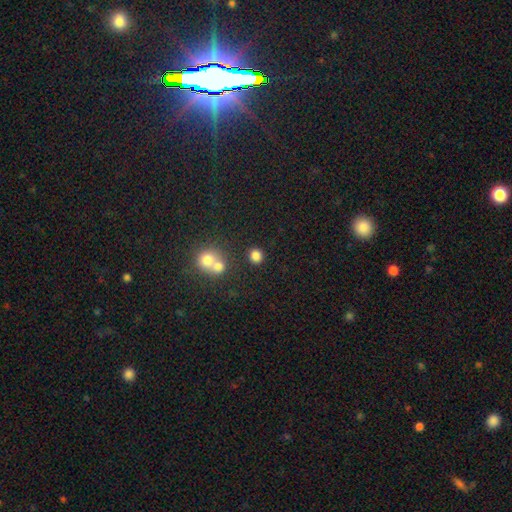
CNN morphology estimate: The model was most divided on "merging": none: 77%, merger: 13%, minor disturbance: 7%, major disturbance: 3%. More confident: how rounded — round (82%); smooth or featured — smooth (82%).